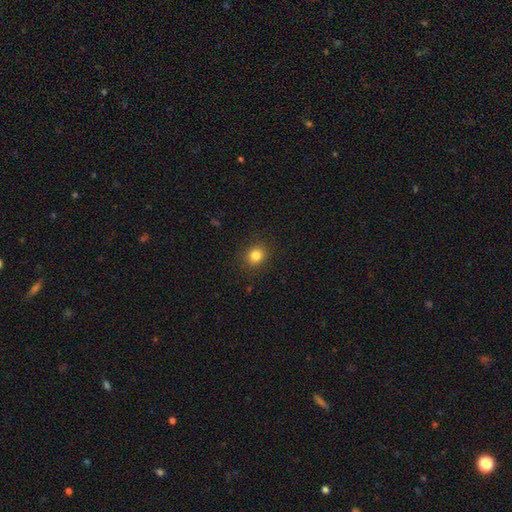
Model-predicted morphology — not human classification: type=smooth (83%); roundness=round (79%); merging=none (89%).